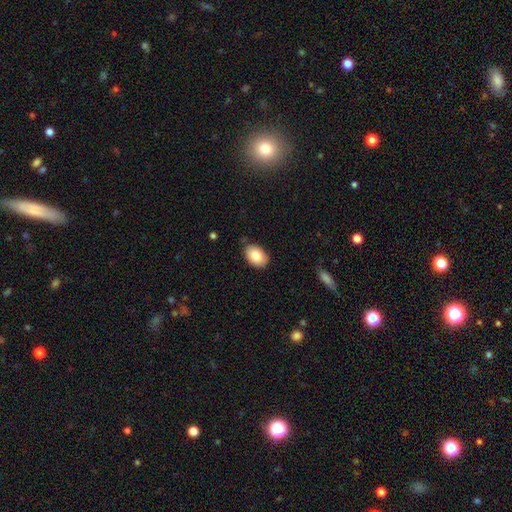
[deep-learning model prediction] This appears to be a smooth galaxy with no disk features (83%) that is in between round and cigar-shaped (86%). Merging: none (81%).